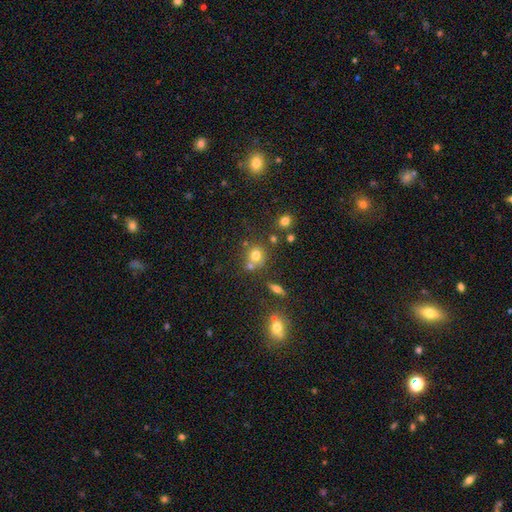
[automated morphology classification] Smooth or featured?
  - smooth: 70% *
  - star or artifact: 17%
  - featured or disk: 14%
How rounded?
  - round: 81% *
  - in between: 18%
  - cigar-shaped: 1%
Merging?
  - none: 57% *
  - merger: 27%
  - minor disturbance: 11%
  - major disturbance: 5%